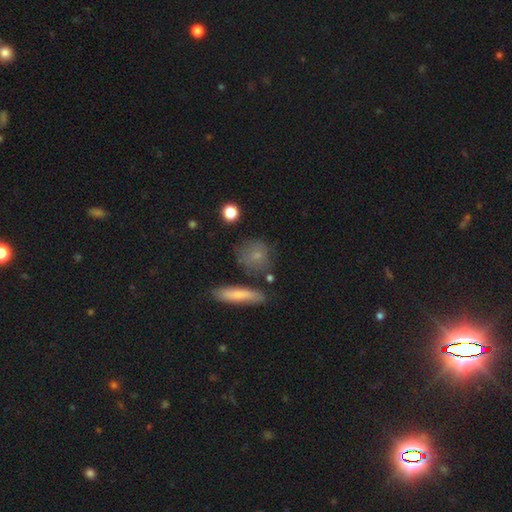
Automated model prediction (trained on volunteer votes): A smooth galaxy with no disk features (73%) that is round (71%). Merging: none (71%).